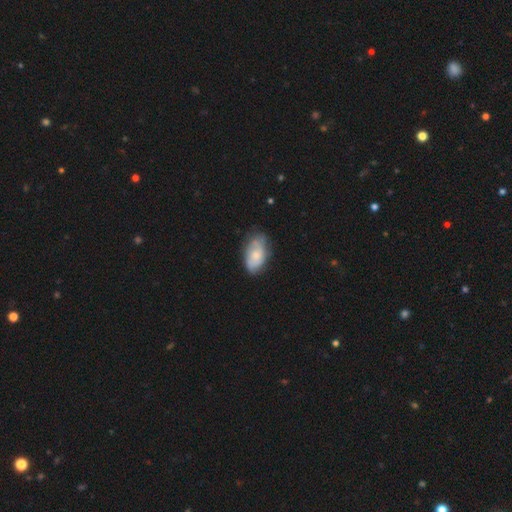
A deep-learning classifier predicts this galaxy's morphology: Overall: smooth (57%; featured or disk 36%). How rounded: in between (93%). Merging: none (60%; minor disturbance 29%).